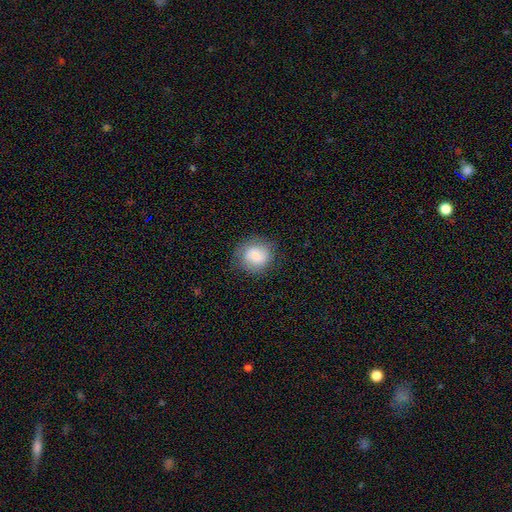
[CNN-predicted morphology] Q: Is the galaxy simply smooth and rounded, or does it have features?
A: smooth — 76%.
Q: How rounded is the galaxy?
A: round — 85%.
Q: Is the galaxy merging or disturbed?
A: none — 80%.